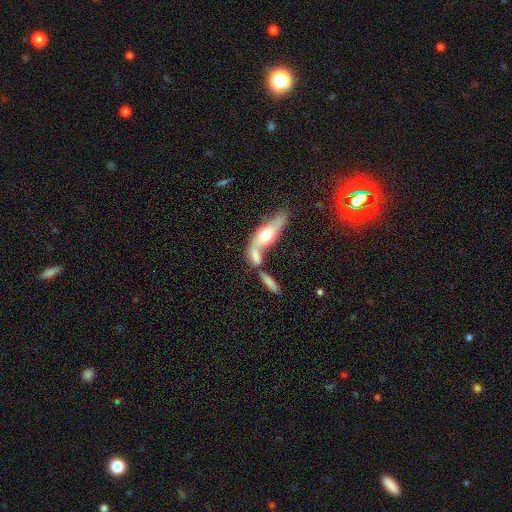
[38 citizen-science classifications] A smooth galaxy with no disk features (61%) that is in between round and cigar-shaped (70%). Merging: merger (68%).